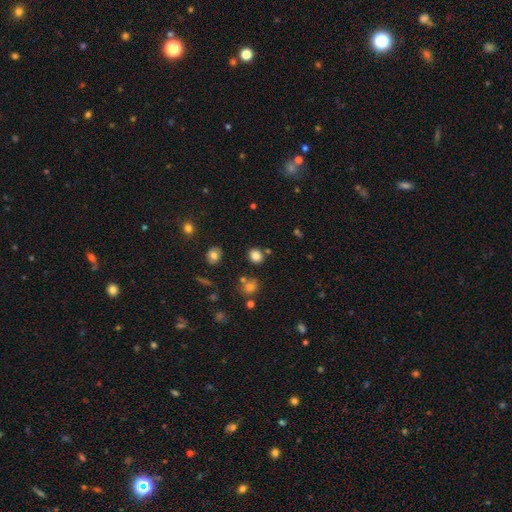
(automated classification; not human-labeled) Smooth or featured?
  - smooth: 82% *
  - star or artifact: 12%
  - featured or disk: 6%
How rounded?
  - round: 67% *
  - in between: 32%
  - cigar-shaped: 1%
Merging?
  - none: 81% *
  - minor disturbance: 10%
  - merger: 7%
  - major disturbance: 3%